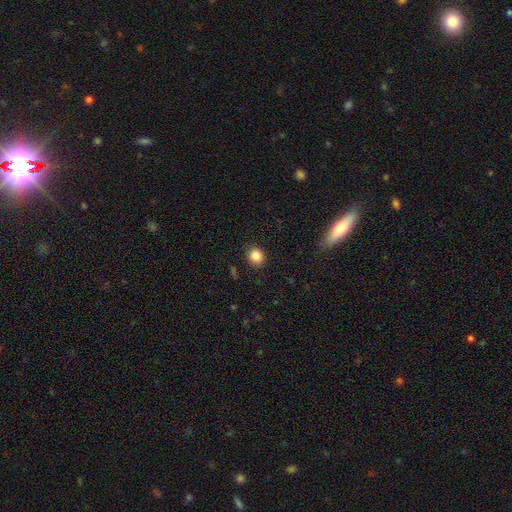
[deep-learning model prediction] Smooth or featured?
  - smooth: 85% *
  - star or artifact: 11%
  - featured or disk: 4%
How rounded?
  - round: 79% *
  - in between: 20%
  - cigar-shaped: 1%
Merging?
  - none: 89% *
  - minor disturbance: 8%
  - major disturbance: 2%
  - merger: 1%